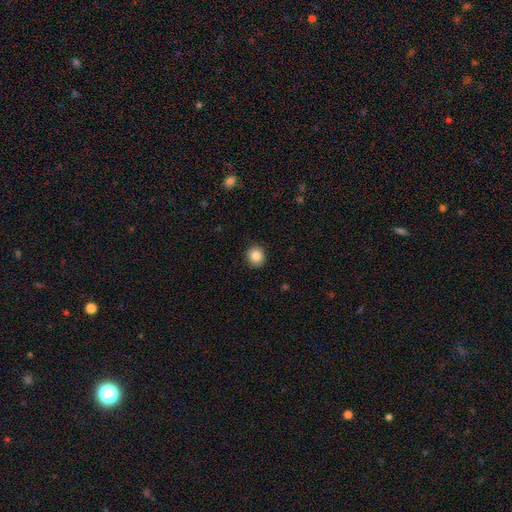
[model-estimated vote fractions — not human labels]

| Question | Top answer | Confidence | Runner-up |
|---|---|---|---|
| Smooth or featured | smooth | 85% | star or artifact (10%) |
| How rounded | round | 85% | in between (15%) |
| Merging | none | 91% | minor disturbance (6%) |